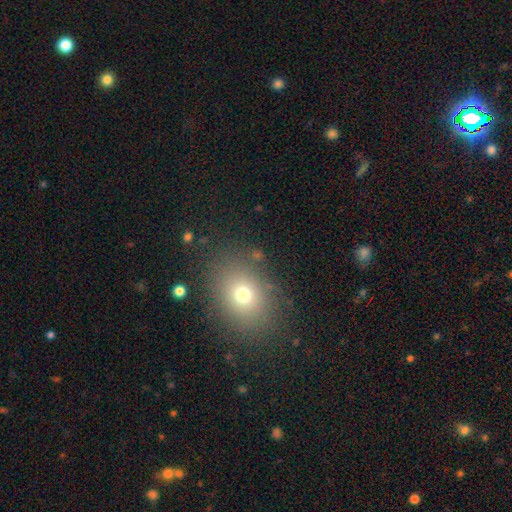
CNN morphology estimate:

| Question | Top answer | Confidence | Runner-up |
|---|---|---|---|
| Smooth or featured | smooth | 70% | star or artifact (17%) |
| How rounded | in between | 58% | round (40%) |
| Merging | none | 83% | minor disturbance (10%) |